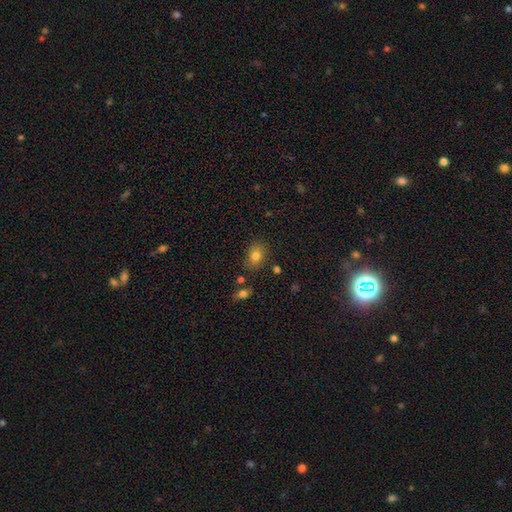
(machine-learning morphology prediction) Smooth or featured?
  - smooth: 80% *
  - star or artifact: 11%
  - featured or disk: 9%
How rounded?
  - in between: 67% *
  - round: 32%
  - cigar-shaped: 1%
Merging?
  - none: 76% *
  - minor disturbance: 16%
  - merger: 4%
  - major disturbance: 4%